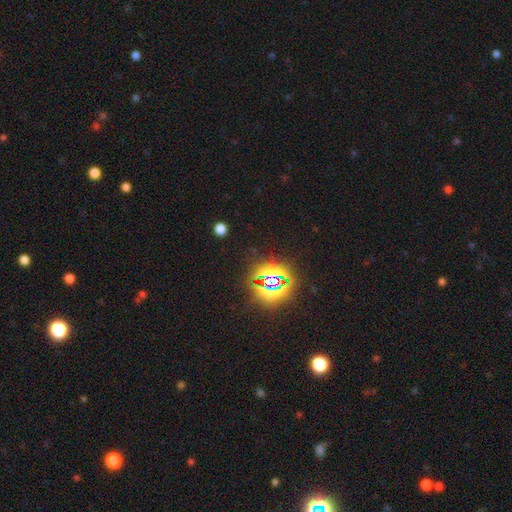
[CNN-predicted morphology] Smooth or featured: star or artifact — 84% (smooth — 11%)